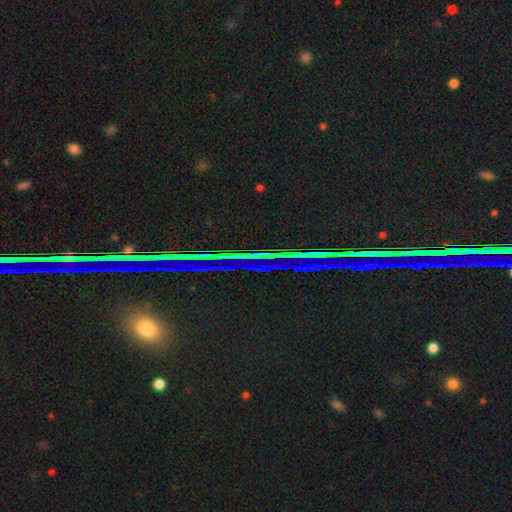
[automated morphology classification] A star or artifact, not a galaxy (79%).

Vote fractions:
- Smooth or featured? star or artifact: 79% / smooth: 14% / featured or disk: 7%